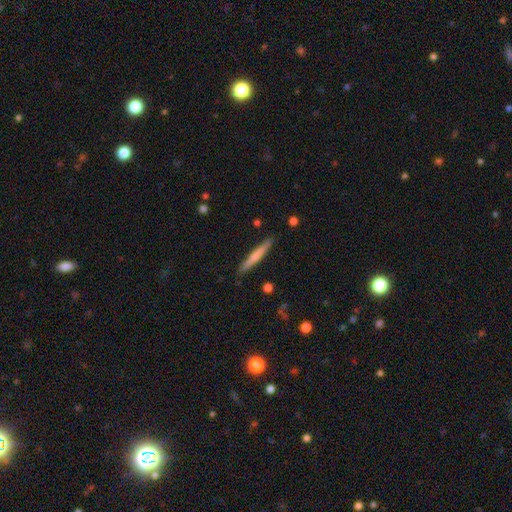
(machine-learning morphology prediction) The model was most divided on "smooth or featured": smooth: 64%, featured or disk: 30%, star or artifact: 5%. More confident: how rounded — cigar-shaped (96%); merging — none (90%).